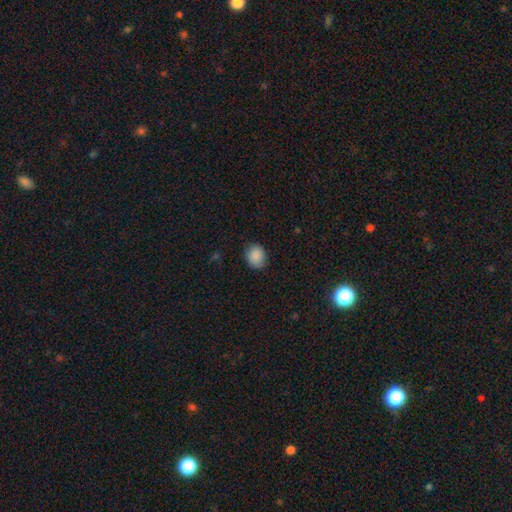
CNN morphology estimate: Overall: smooth (88%). How rounded: round (60%; in between 39%). Merging: none (83%).